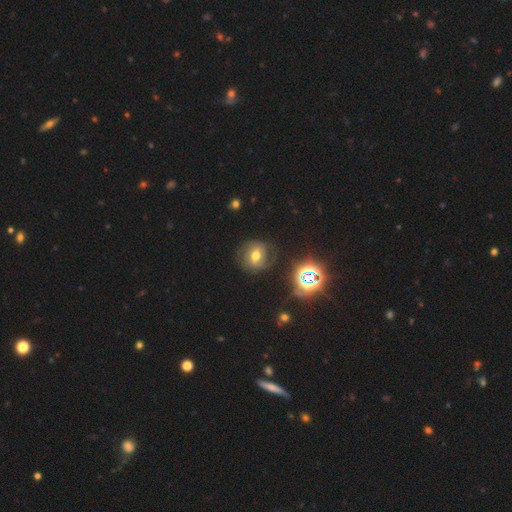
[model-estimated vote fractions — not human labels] A featured or disk galaxy (41%). Merging: none (75%).